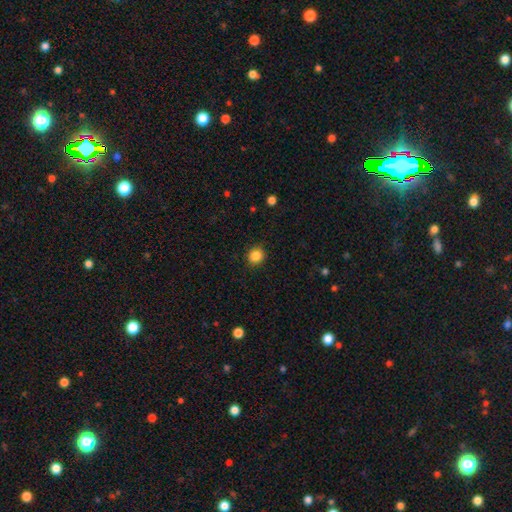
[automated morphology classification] A smooth galaxy with no disk features (86%) that is round (88%).

Vote fractions:
- Smooth or featured? smooth: 86% / star or artifact: 11% / featured or disk: 3%
- How rounded? round: 88% / in between: 11% / cigar-shaped: 1%
- Merging? none: 89% / minor disturbance: 8% / major disturbance: 2% / merger: 1%